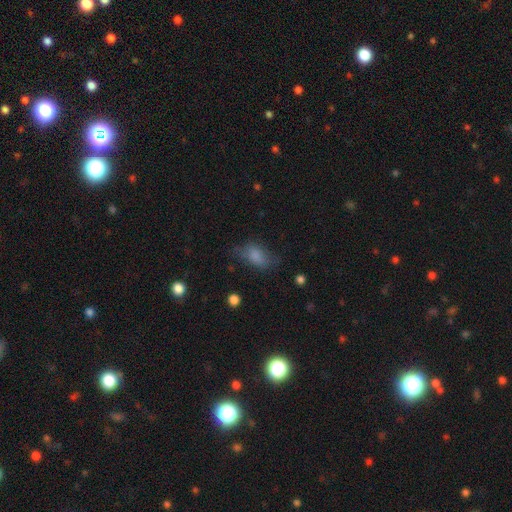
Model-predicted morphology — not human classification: Q: Smooth or featured?
A: smooth (77%); runner-up: featured or disk (13%)
Q: How rounded?
A: in between (87%); runner-up: round (9%)
Q: Merging?
A: none (53%); runner-up: minor disturbance (29%)